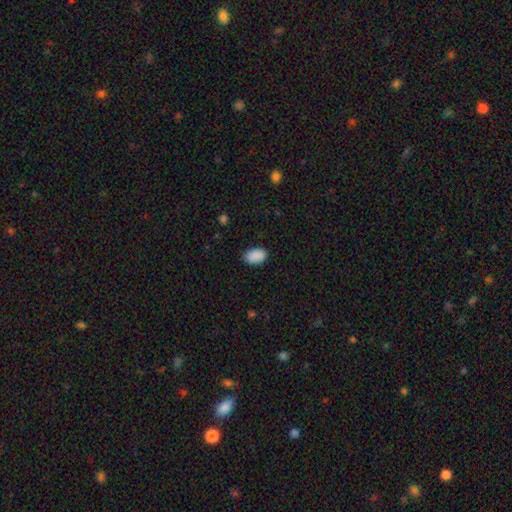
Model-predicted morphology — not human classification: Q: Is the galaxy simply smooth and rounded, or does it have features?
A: smooth — 90%.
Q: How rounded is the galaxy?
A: in between — 90%.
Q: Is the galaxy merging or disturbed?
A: none — 86%.